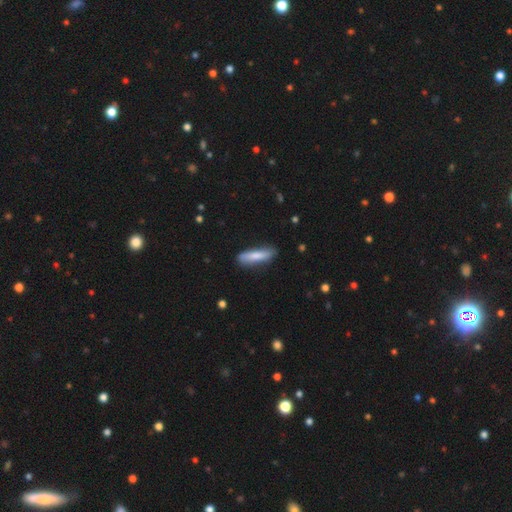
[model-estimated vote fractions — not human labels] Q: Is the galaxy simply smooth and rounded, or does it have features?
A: smooth — 76%.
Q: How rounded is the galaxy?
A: cigar-shaped — 76%.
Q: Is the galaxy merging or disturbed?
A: none — 81%.